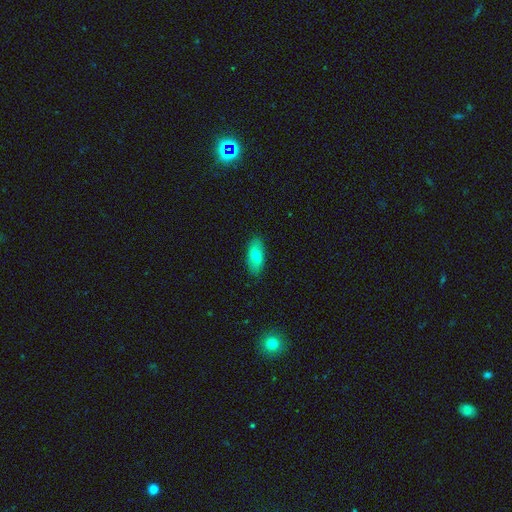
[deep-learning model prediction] Q: Smooth or featured?
A: smooth (71%); runner-up: featured or disk (22%)
Q: How rounded?
A: in between (87%); runner-up: cigar-shaped (10%)
Q: Merging?
A: none (87%); runner-up: minor disturbance (10%)